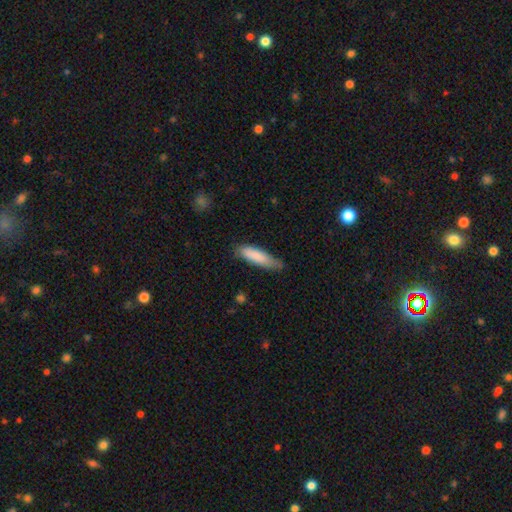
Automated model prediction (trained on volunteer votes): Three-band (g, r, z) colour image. It shows a smooth galaxy with no disk features (84%) that is cigar-shaped (66%). Merging: none (63%).